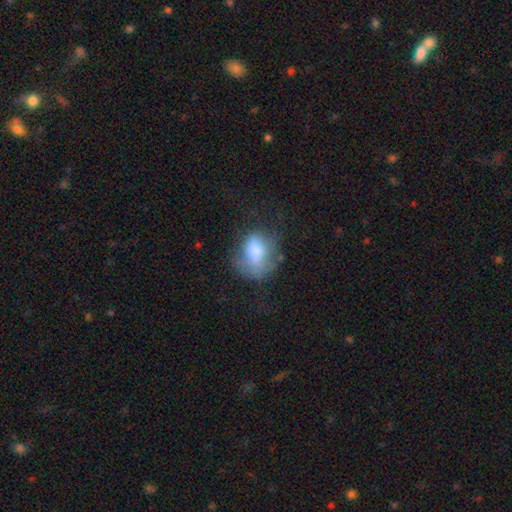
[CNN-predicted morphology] smooth-or-featured: smooth: 65% | featured or disk: 24% | star or artifact: 10%
  how-rounded: in between: 58% | round: 41% | cigar-shaped: 2%
  merging: none: 37% | major disturbance: 30% | minor disturbance: 29% | merger: 4%